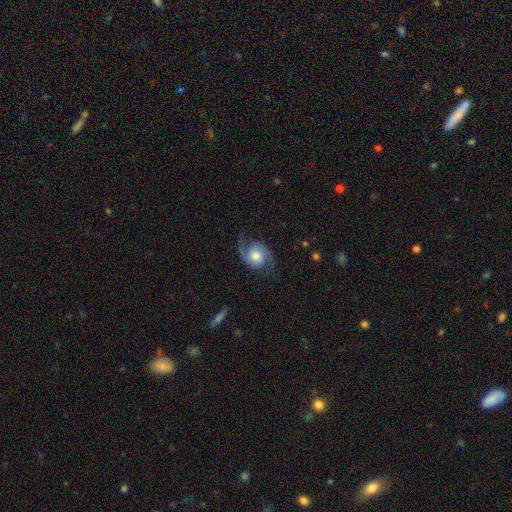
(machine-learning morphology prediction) A featured or disk galaxy (79%) with no bar (72%), 2 (93%) medium (44%) spiral arms (96%) and a moderate central bulge (55%). Merging: none (73%).